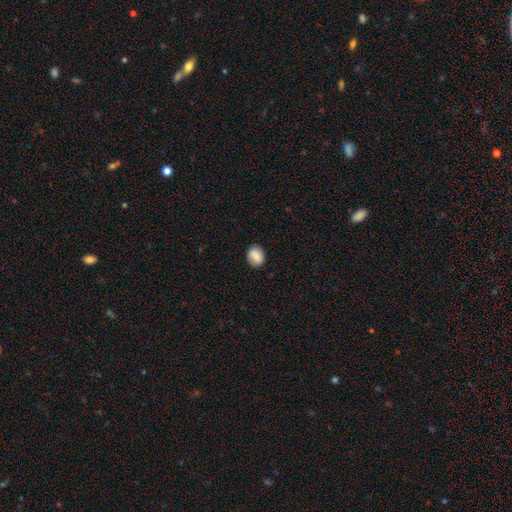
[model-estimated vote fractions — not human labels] smooth_or_featured: smooth (p=0.82) [alt: featured or disk p=0.10]
how_rounded: in between (p=0.58) [alt: round p=0.40]
merging: none (p=0.83) [alt: minor disturbance p=0.12]